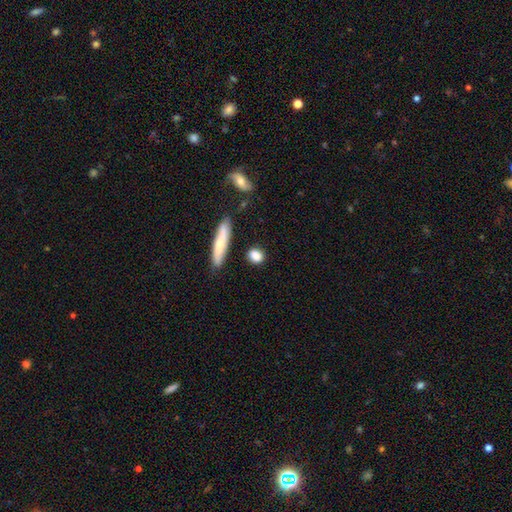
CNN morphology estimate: This appears to be a smooth galaxy with no disk features (84%) that is round (47%). Merging: none (80%).